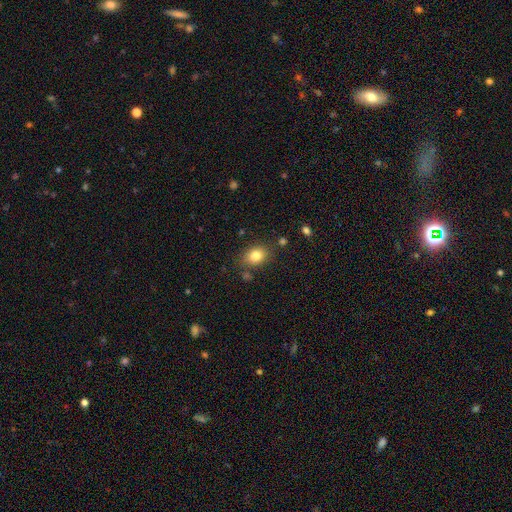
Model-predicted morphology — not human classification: Overall: smooth (81%). How rounded: in between (65%; round 33%). Merging: none (79%).